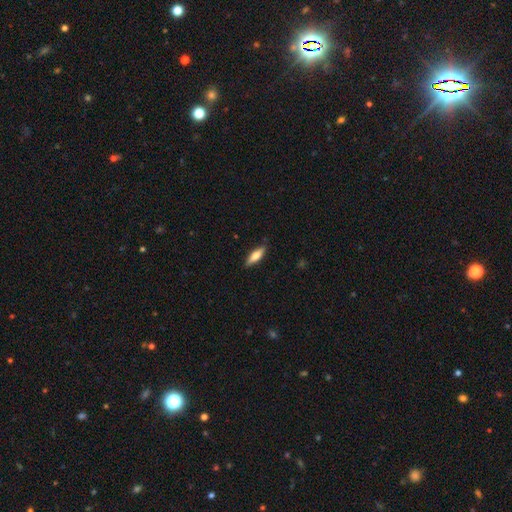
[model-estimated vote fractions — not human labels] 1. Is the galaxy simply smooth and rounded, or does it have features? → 62% smooth, 32% featured or disk, 6% star or artifact.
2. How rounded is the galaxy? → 55% cigar-shaped, 43% in between, 2% round.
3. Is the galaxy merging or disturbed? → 87% none, 10% minor disturbance, 2% major disturbance, 1% merger.